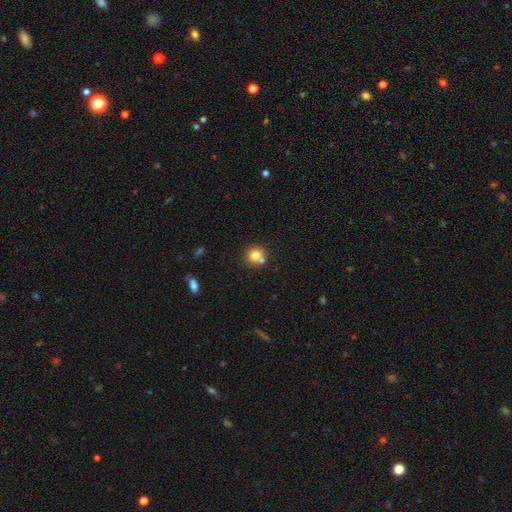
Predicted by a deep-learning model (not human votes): Smooth or featured? smooth (77%)
How rounded? round (88%)
Merging? none (62%)